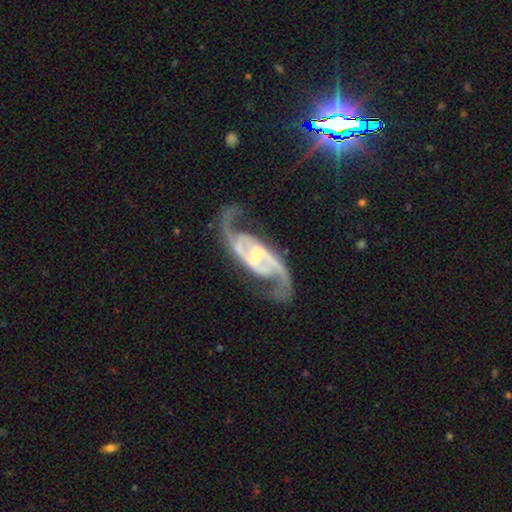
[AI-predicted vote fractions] Smooth or featured: featured or disk — 93% (star or artifact — 4%)
Edge-on disk: no — 96% (yes — 4%)
Bar: weak — 44% (strong — 29%)
Spiral arms: yes — 98% (no — 2%)
Spiral winding: medium — 55% (loose — 30%)
Spiral arm count: 2 — 94% (can't tell — 2%)
Bulge size: small — 59% (moderate — 33%)
Merging: none — 75% (minor disturbance — 14%)